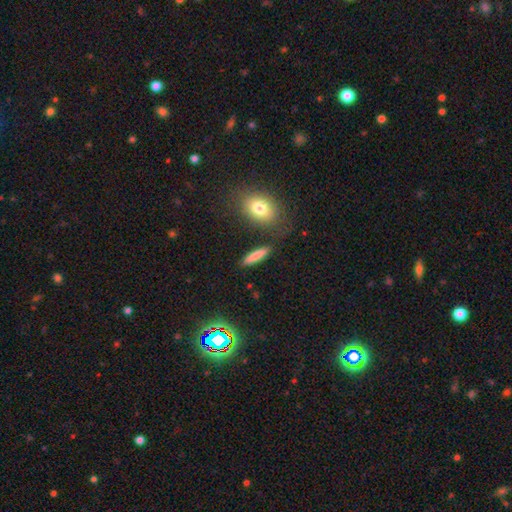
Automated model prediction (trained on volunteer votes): Overall: smooth (81%). How rounded: cigar-shaped (78%). Merging: none (83%).